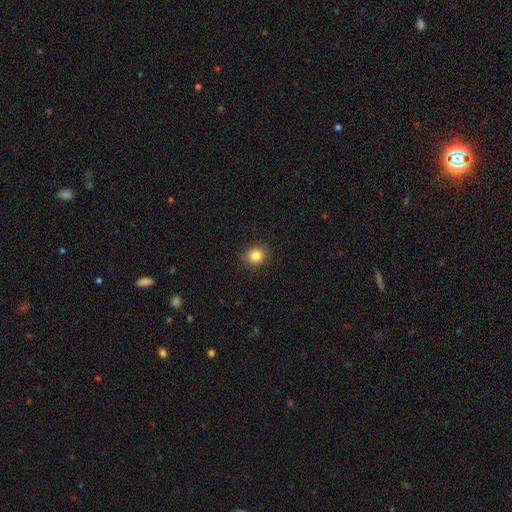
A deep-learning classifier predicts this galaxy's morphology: Smooth or featured: smooth — 84% (star or artifact — 11%)
How rounded: round — 77% (in between — 22%)
Merging: none — 88% (minor disturbance — 9%)